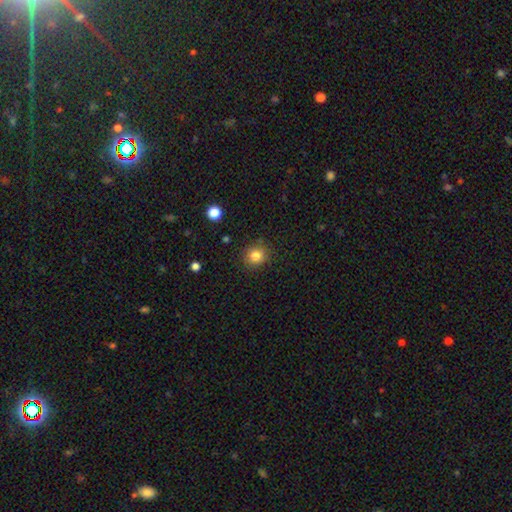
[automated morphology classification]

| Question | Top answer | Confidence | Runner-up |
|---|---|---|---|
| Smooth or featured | smooth | 83% | star or artifact (11%) |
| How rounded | round | 88% | in between (11%) |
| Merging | none | 87% | minor disturbance (9%) |